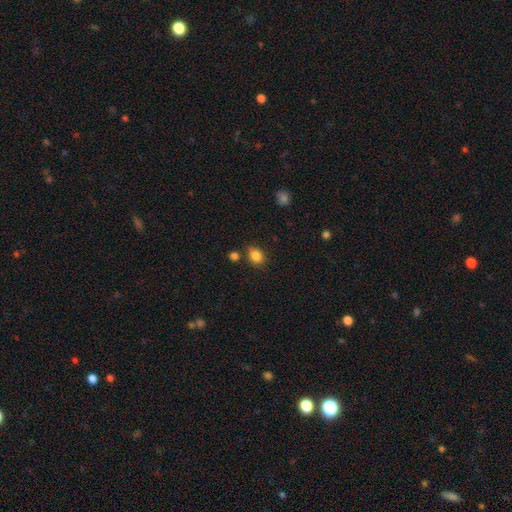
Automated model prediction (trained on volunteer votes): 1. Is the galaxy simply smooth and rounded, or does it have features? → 84% smooth, 11% star or artifact, 5% featured or disk.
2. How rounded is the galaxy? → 56% round, 43% in between, 1% cigar-shaped.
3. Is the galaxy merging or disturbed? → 76% none, 13% minor disturbance, 7% merger, 3% major disturbance.